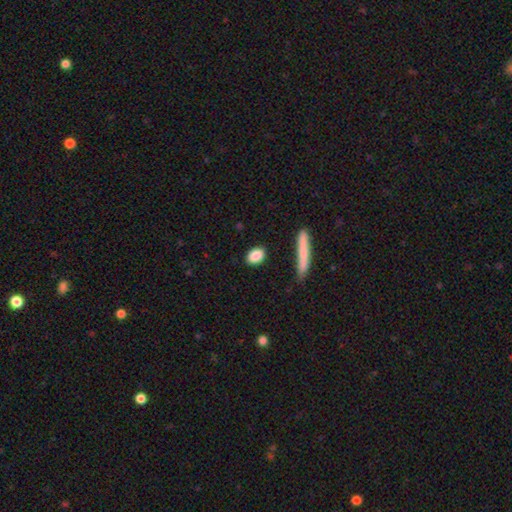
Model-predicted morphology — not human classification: smooth_or_featured: smooth (p=0.87) [alt: star or artifact p=0.07]
how_rounded: in between (p=0.79) [alt: round p=0.15]
merging: none (p=0.87) [alt: minor disturbance p=0.09]